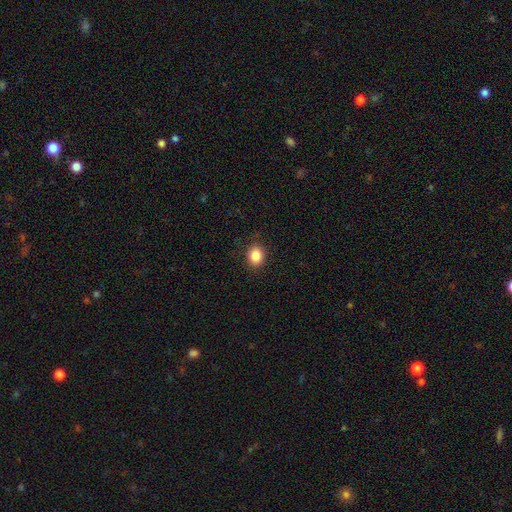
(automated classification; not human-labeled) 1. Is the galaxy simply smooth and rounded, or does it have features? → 86% smooth, 9% star or artifact, 4% featured or disk.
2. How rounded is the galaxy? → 51% round, 48% in between, 1% cigar-shaped.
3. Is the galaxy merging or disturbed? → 88% none, 9% minor disturbance, 2% major disturbance, 1% merger.